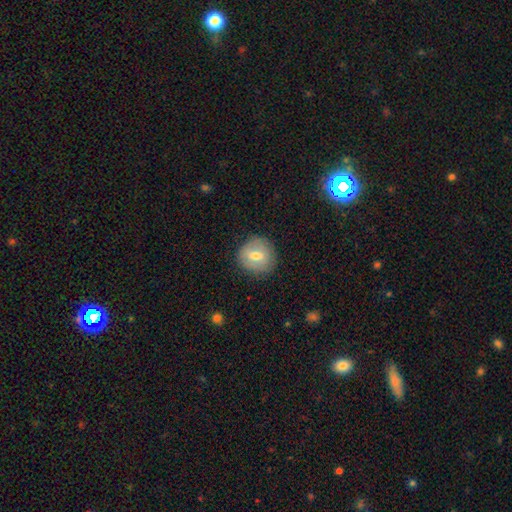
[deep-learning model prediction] This is likely a smooth galaxy (65%). How rounded: clearly round (85%). Merging: clearly none (84%).